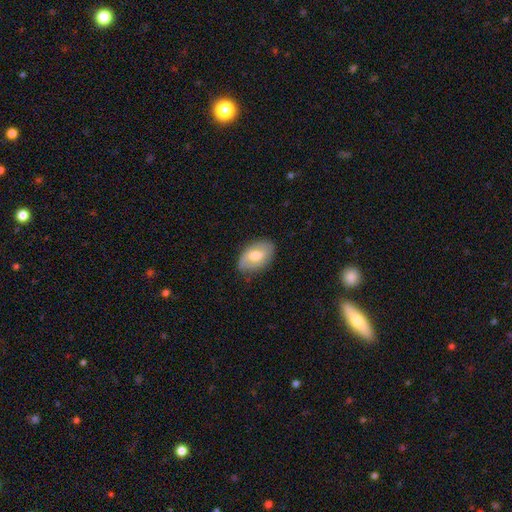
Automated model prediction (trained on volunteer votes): Smooth or featured? Predicted: smooth (p=0.56). How rounded? Predicted: in between (p=0.91). Merging? Predicted: none (p=0.74).